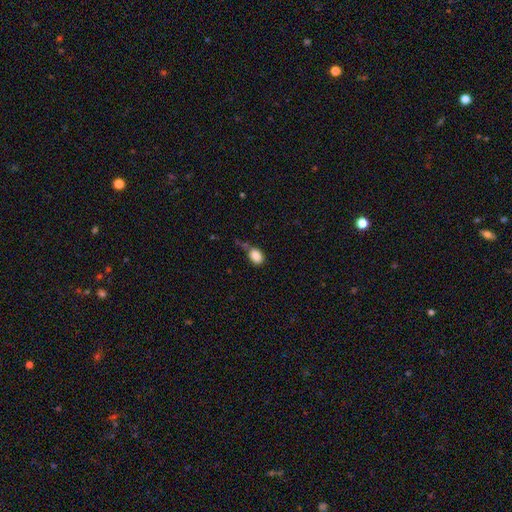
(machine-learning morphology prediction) Smooth or featured? smooth (87%)
How rounded? in between (79%)
Merging? none (60%)